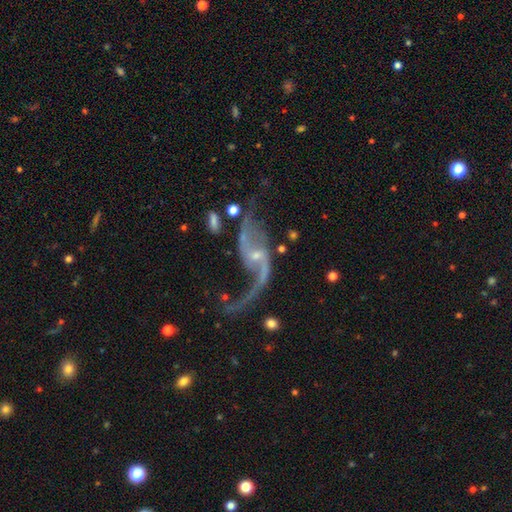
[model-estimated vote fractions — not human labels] Morphology: type=featured or disk (89%); edge-on=no (96%); bar=no (46%); spiral arms=yes (95%); winding=loose (88%); arm count=2 (88%); bulge=small (71%); merging=none (48%).